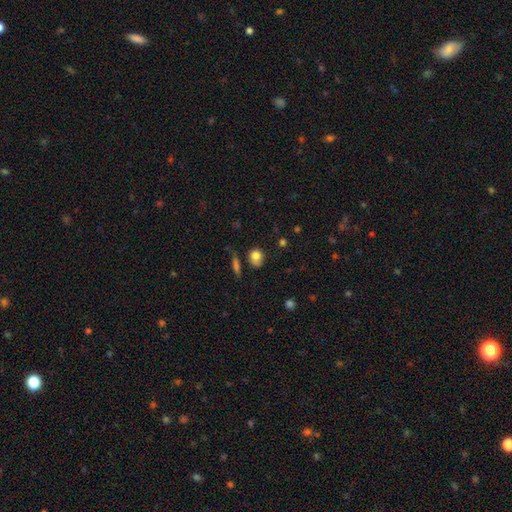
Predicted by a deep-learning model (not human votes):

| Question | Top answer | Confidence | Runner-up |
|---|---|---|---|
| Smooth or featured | smooth | 80% | star or artifact (11%) |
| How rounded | round | 65% | in between (33%) |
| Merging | none | 59% | minor disturbance (24%) |